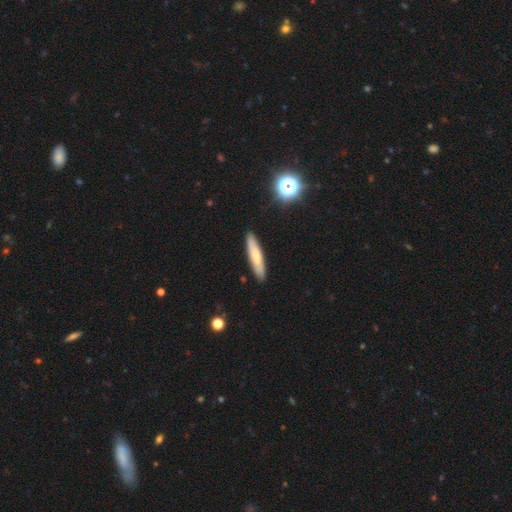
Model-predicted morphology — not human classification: smooth_or_featured: smooth (p=0.66) [alt: featured or disk p=0.27]
how_rounded: cigar-shaped (p=0.85) [alt: in between p=0.13]
merging: none (p=0.89) [alt: minor disturbance p=0.08]